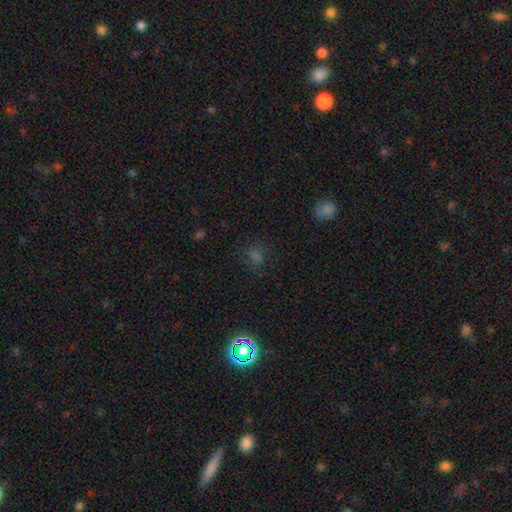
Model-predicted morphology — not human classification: A smooth galaxy with no disk features (52%) that is round (70%).

Vote fractions:
- Smooth or featured? smooth: 52% / star or artifact: 39% / featured or disk: 9%
- How rounded? round: 70% / in between: 29% / cigar-shaped: 2%
- Merging? none: 78% / minor disturbance: 14% / major disturbance: 6% / merger: 2%